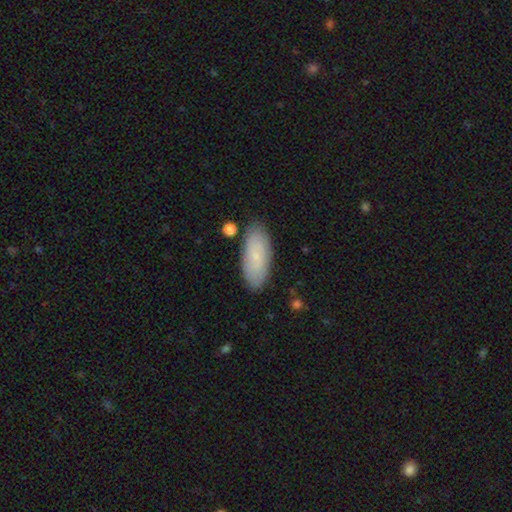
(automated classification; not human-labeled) Smooth or featured? Predicted: smooth (p=0.75). How rounded? Predicted: in between (p=0.83). Merging? Predicted: none (p=0.84).